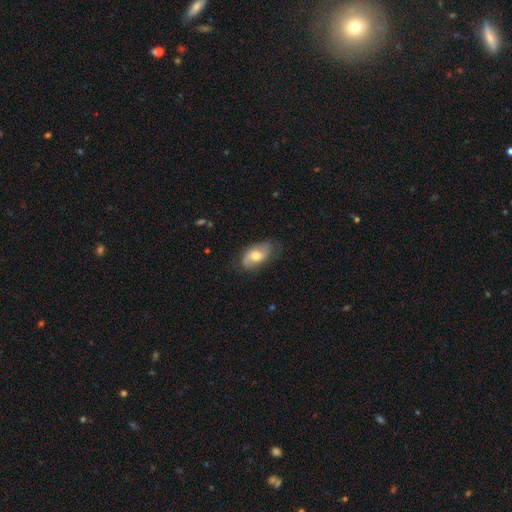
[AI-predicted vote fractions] This is possibly a smooth galaxy (51%). How rounded: clearly in between (90%). Merging: likely none (67%).